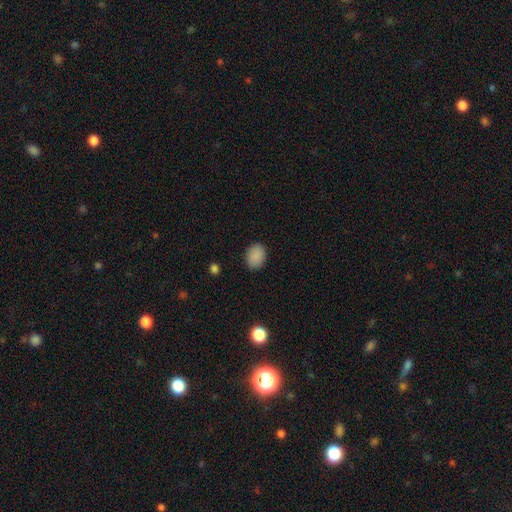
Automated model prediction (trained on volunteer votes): smooth 88%, star or artifact 9%, featured or disk 3%. Down the decision tree: how rounded — in between (67%); merging — none (87%).